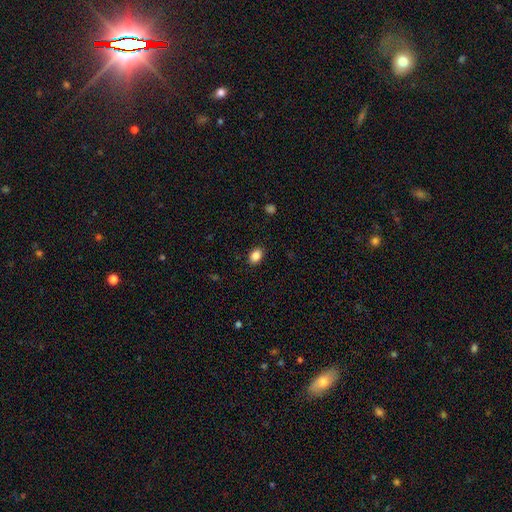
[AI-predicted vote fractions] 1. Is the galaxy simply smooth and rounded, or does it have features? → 87% smooth, 9% star or artifact, 4% featured or disk.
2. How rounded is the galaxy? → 76% in between, 23% round, 1% cigar-shaped.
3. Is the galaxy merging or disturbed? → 88% none, 9% minor disturbance, 2% major disturbance, 1% merger.